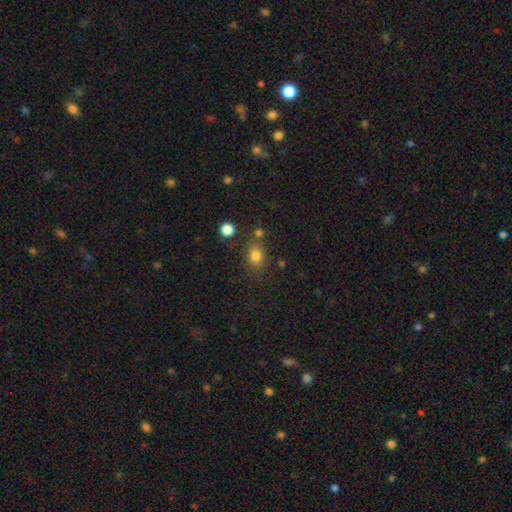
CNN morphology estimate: Smooth or featured?
  - smooth: 80% *
  - star or artifact: 13%
  - featured or disk: 7%
How rounded?
  - in between: 54% *
  - round: 45%
  - cigar-shaped: 1%
Merging?
  - none: 69% *
  - minor disturbance: 15%
  - merger: 10%
  - major disturbance: 6%